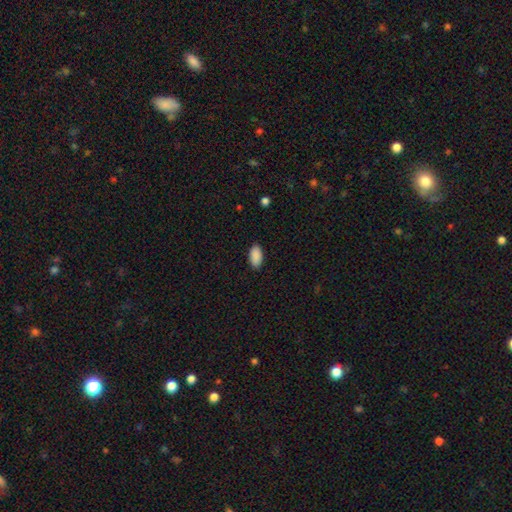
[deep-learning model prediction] Q: Smooth or featured?
A: smooth (91%); runner-up: star or artifact (7%)
Q: How rounded?
A: in between (95%); runner-up: cigar-shaped (3%)
Q: Merging?
A: none (89%); runner-up: minor disturbance (8%)